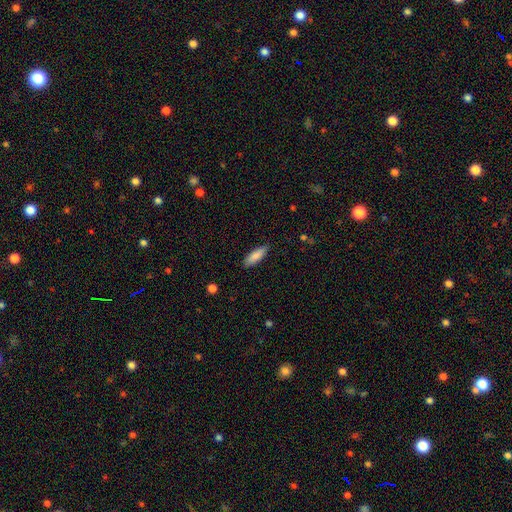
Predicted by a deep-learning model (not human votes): This appears to be a smooth galaxy with no disk features (86%) that is in between round and cigar-shaped (55%). Merging: none (87%).